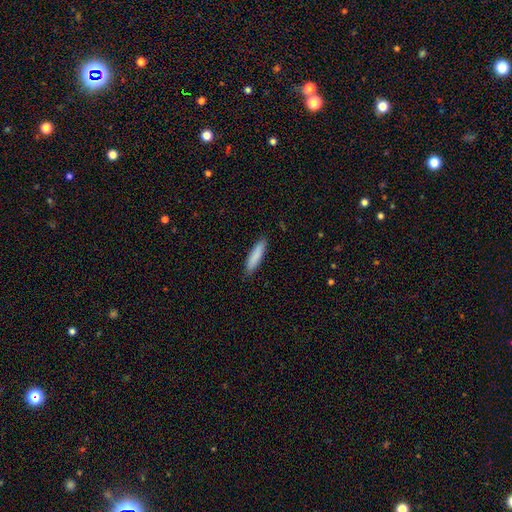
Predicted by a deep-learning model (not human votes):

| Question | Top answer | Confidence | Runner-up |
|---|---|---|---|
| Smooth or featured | smooth | 86% | featured or disk (9%) |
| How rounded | cigar-shaped | 81% | in between (18%) |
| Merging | none | 88% | minor disturbance (9%) |